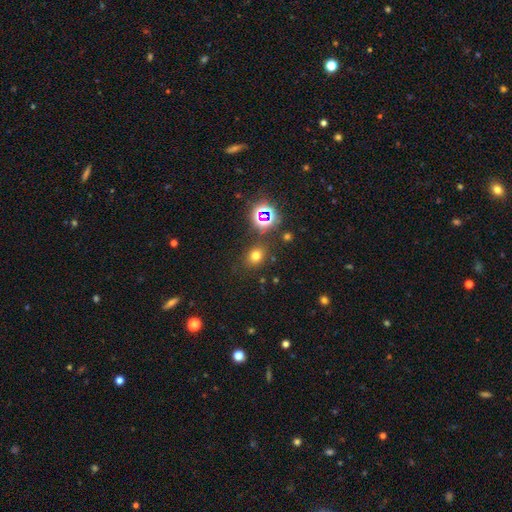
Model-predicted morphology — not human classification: This is likely a smooth galaxy (66%). How rounded: possibly round (59%). Merging: clearly none (81%).